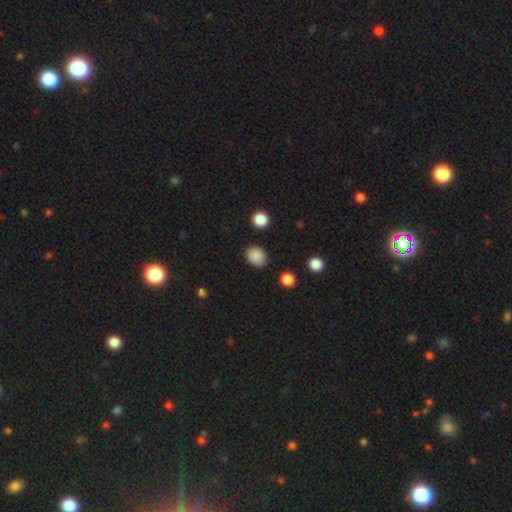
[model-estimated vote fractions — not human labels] smooth-or-featured: smooth: 87% | star or artifact: 9% | featured or disk: 4%
  how-rounded: round: 53% | in between: 46% | cigar-shaped: 1%
  merging: none: 84% | minor disturbance: 11% | major disturbance: 3% | merger: 2%